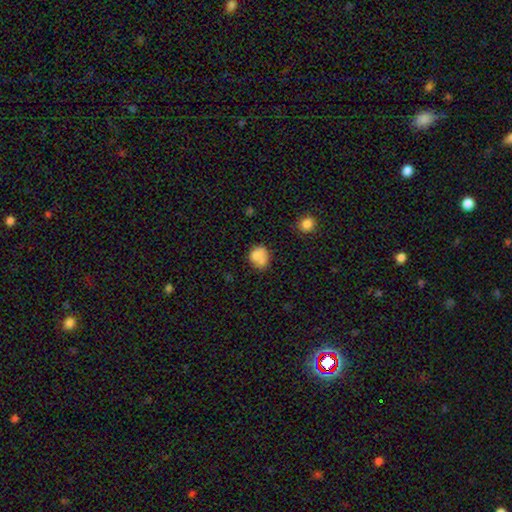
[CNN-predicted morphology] Smooth or featured? Predicted: smooth (p=0.73). How rounded? Predicted: round (p=0.64). Merging? Predicted: none (p=0.44).